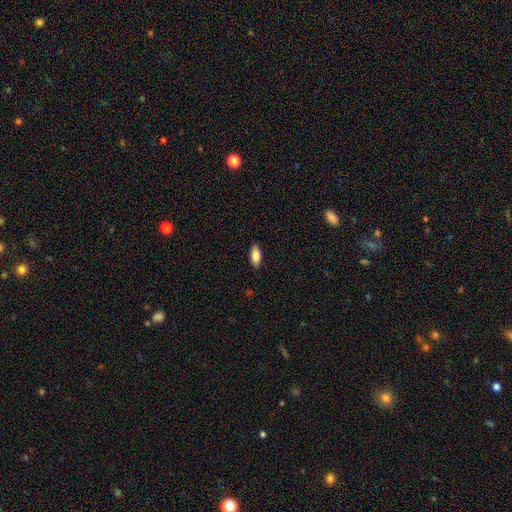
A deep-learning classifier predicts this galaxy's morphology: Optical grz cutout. It shows a smooth galaxy with no disk features (83%) that is in between round and cigar-shaped (83%). Merging: none (89%).